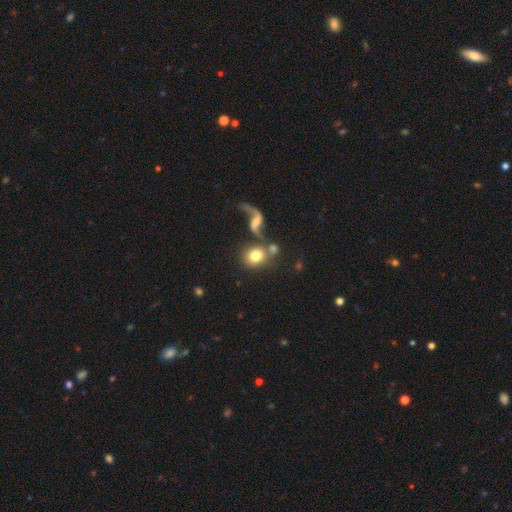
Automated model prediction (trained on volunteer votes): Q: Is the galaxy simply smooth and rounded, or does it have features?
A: smooth — 73%.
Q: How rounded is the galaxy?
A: round — 74%.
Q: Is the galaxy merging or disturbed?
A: none — 53%.